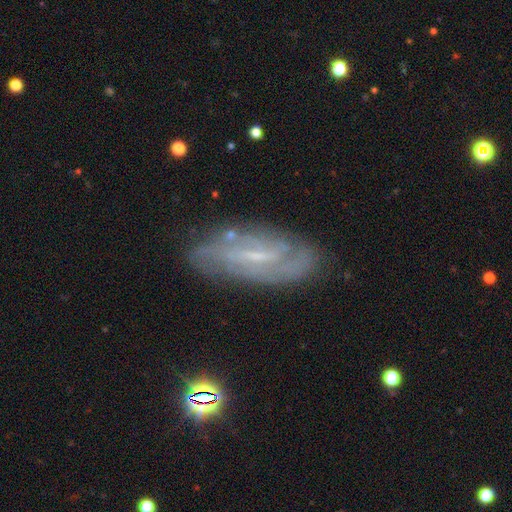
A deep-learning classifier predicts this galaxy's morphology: smooth-or-featured: featured or disk: 78% | smooth: 14% | star or artifact: 8%
  disk-edge-on: no: 88% | yes: 12%
    bar: weak: 49% | strong: 32% | no: 19%
    has-spiral-arms: yes: 87% | no: 13%
      spiral-winding: tight: 47% | medium: 36% | loose: 17%
      spiral-arm-count: 2: 41% | can't tell: 39% | 3: 8% | 4: 4% | 1: 4% | more than 4: 3%
    bulge-size: small: 64% | moderate: 17% | none: 16% | large: 1% | dominant: 1%
  merging: none: 77% | minor disturbance: 16% | major disturbance: 5% | merger: 2%